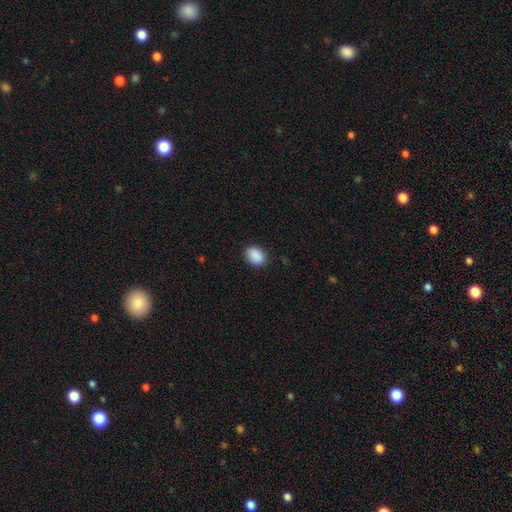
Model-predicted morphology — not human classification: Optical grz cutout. It shows a smooth galaxy with no disk features (90%) that is in between round and cigar-shaped (69%). Merging: none (87%).